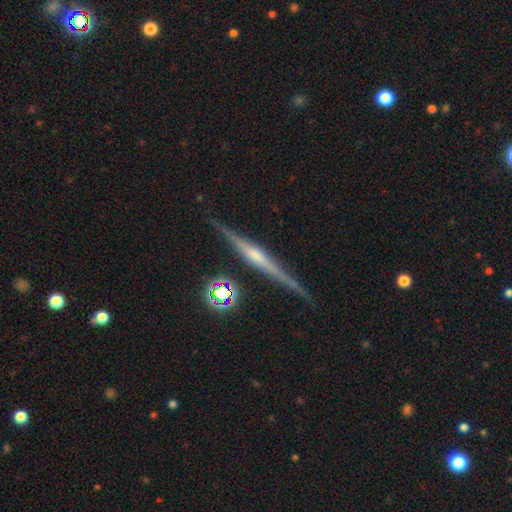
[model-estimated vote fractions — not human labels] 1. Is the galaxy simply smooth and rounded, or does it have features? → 78% featured or disk, 13% smooth, 8% star or artifact.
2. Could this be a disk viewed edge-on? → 98% yes, 2% no.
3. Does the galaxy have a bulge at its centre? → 60% rounded, 22% none, 18% boxy.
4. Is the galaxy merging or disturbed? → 87% none, 9% minor disturbance, 2% merger, 2% major disturbance.